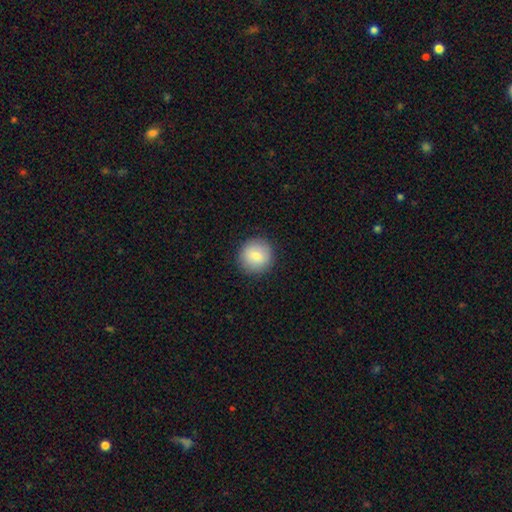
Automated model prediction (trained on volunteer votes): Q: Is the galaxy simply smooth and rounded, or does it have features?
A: smooth — 83%.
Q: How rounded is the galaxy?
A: round — 94%.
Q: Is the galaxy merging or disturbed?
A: none — 90%.